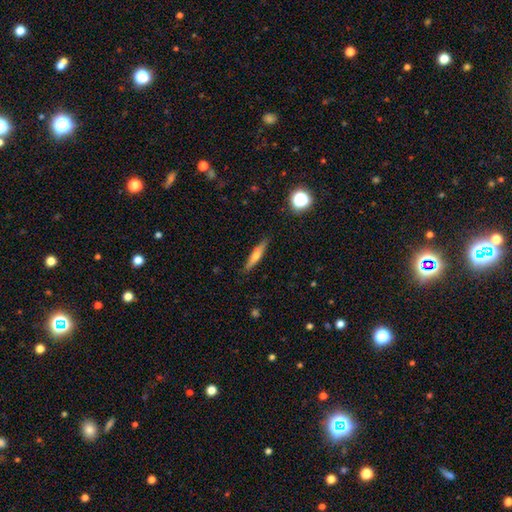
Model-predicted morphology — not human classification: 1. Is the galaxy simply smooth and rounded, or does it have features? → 50% smooth, 43% featured or disk, 7% star or artifact.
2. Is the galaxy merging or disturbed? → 87% none, 10% minor disturbance, 2% major disturbance, 1% merger.